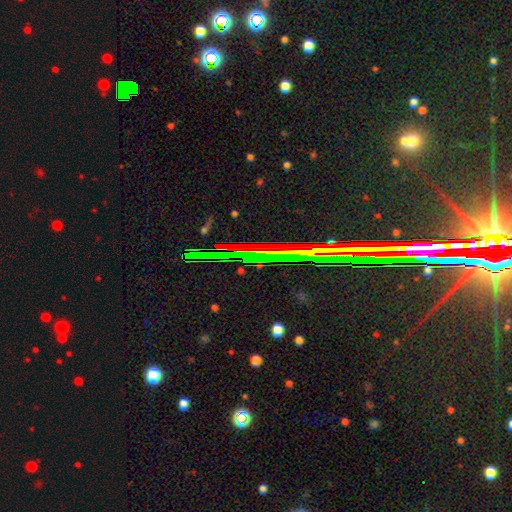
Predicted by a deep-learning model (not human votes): Smooth or featured? star or artifact (71%)